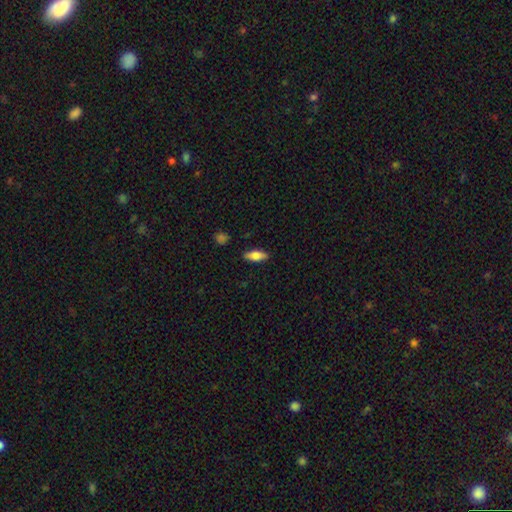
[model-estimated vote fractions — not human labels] smooth 66%, featured or disk 27%, star or artifact 7%. Down the decision tree: how rounded — in between (69%); merging — none (88%).